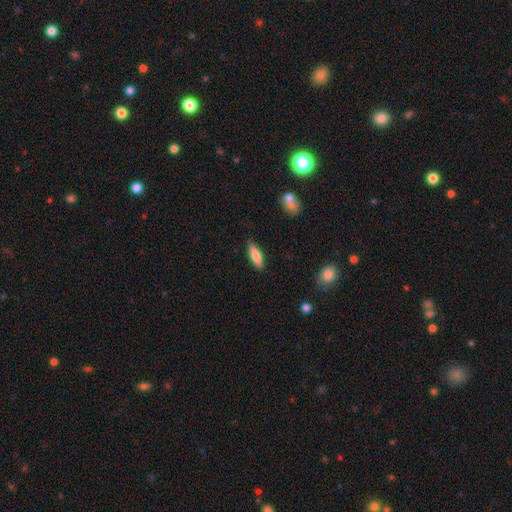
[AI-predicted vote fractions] smooth-or-featured: smooth: 69% | featured or disk: 25% | star or artifact: 6%
  how-rounded: cigar-shaped: 55% | in between: 42% | round: 2%
  merging: none: 87% | minor disturbance: 10% | major disturbance: 2% | merger: 2%